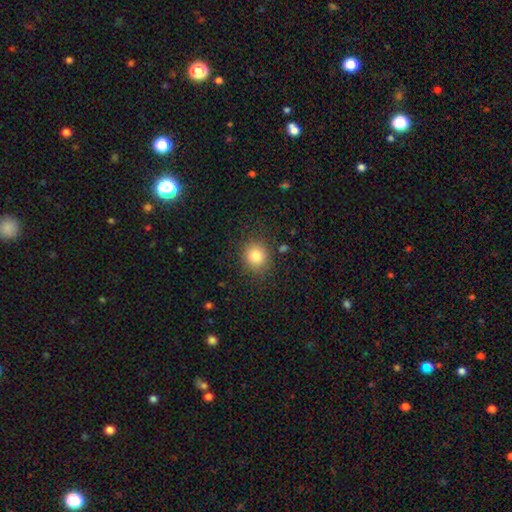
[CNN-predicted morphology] smooth-or-featured: smooth: 81% | star or artifact: 12% | featured or disk: 7%
  how-rounded: round: 82% | in between: 17% | cigar-shaped: 1%
  merging: none: 86% | minor disturbance: 9% | major disturbance: 3% | merger: 2%